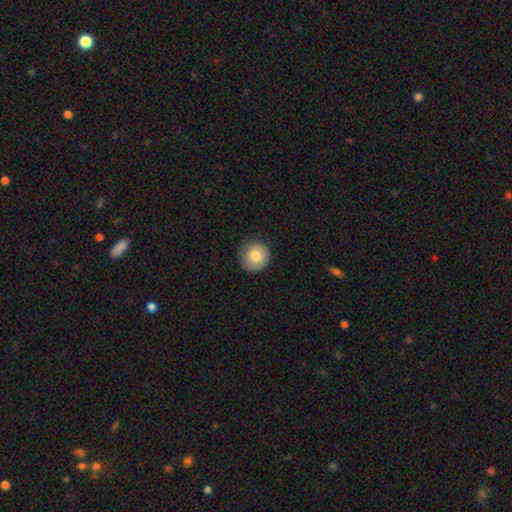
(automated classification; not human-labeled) smooth-or-featured: smooth: 81% | featured or disk: 11% | star or artifact: 8%
  how-rounded: round: 91% | in between: 8% | cigar-shaped: 1%
  merging: none: 80% | minor disturbance: 16% | major disturbance: 3% | merger: 1%